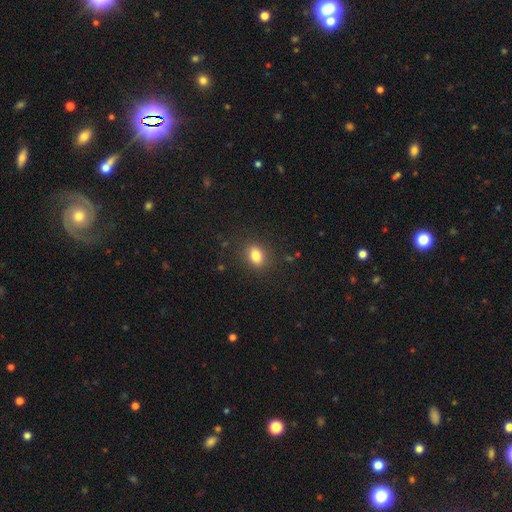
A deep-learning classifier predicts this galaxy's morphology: Overall: smooth (82%). How rounded: in between (70%). Merging: none (86%).